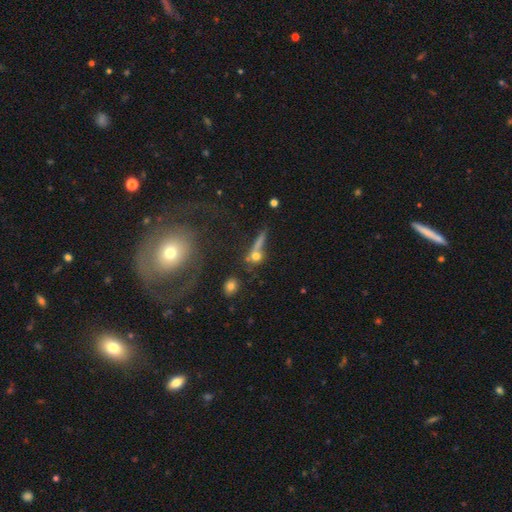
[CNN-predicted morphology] The model was most divided on "how rounded": round: 49%, cigar-shaped: 30%, in between: 21%. Remaining: smooth or featured — smooth (59%); merging — none (47%).